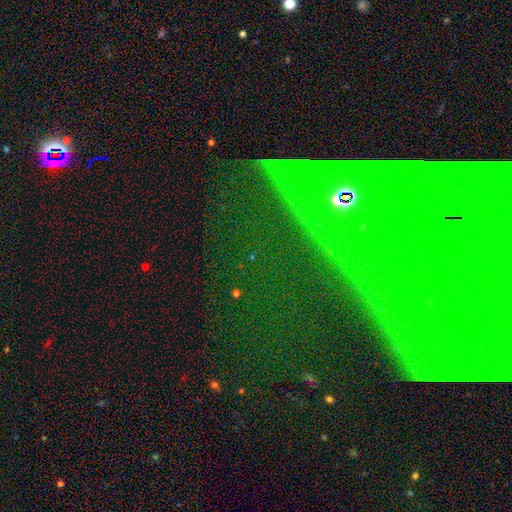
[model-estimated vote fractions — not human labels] Overall: star or artifact (59%; featured or disk 24%).